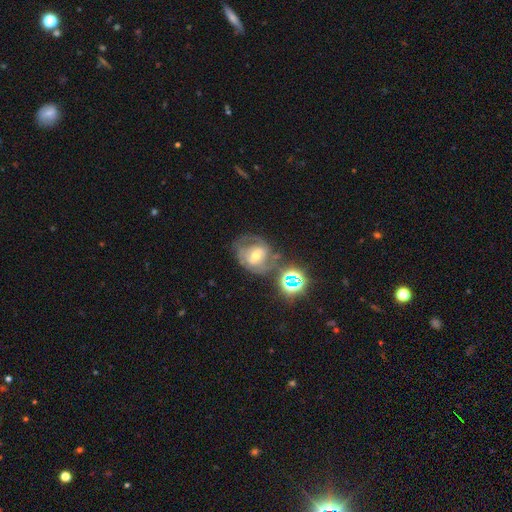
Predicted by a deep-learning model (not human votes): A featured or disk galaxy (63%) with a weak bar (42%), spiral arms (74%) and a moderate central bulge (62%).

Vote fractions:
- Smooth or featured? featured or disk: 63% / smooth: 21% / star or artifact: 16%
- Edge-on disk? no: 96% / yes: 4%
- Bar? weak: 42% / no: 36% / strong: 22%
- Spiral arms? yes: 74% / no: 26%
- Bulge size? moderate: 62% / small: 29% / large: 6% / none: 2% / dominant: 1%
- Merging? none: 50% / minor disturbance: 21% / major disturbance: 17% / merger: 12%